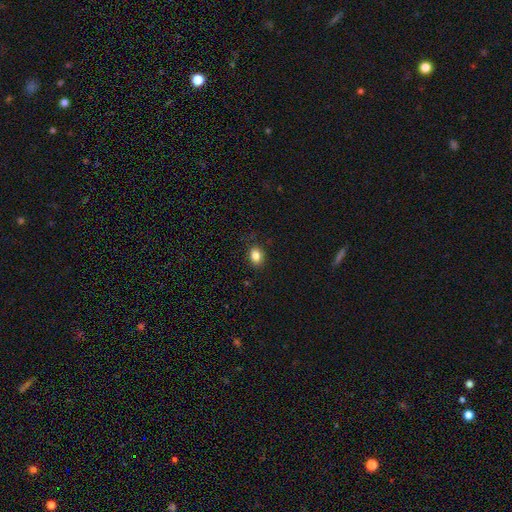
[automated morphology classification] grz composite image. It shows a smooth galaxy with no disk features (85%) that is in between round and cigar-shaped (58%). Merging: none (86%).